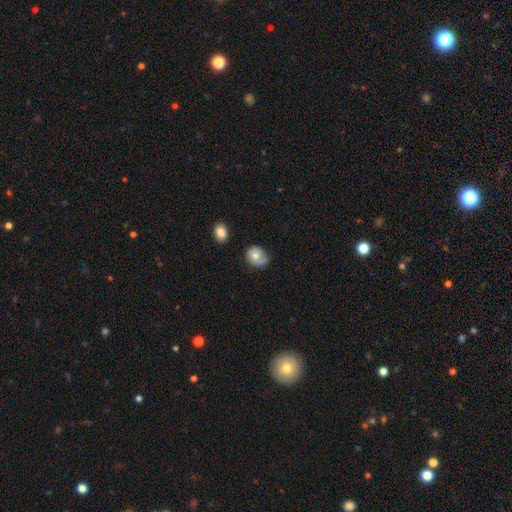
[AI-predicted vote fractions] This appears to be a smooth galaxy with no disk features (71%) that is round (58%). Merging: none (59%).